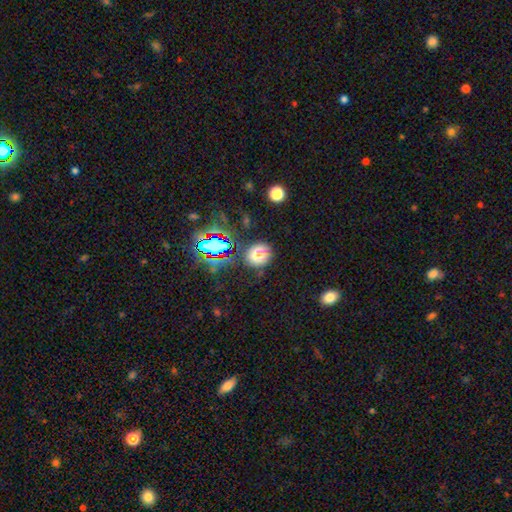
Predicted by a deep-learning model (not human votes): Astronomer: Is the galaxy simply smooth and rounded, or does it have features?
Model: smooth — 68%.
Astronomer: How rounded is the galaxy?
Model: round — 73%.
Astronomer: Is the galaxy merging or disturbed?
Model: none — 71%.